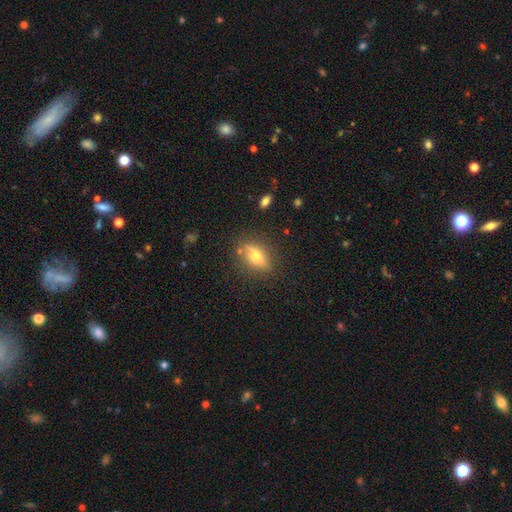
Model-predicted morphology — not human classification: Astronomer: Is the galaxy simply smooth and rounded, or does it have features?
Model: smooth — 52% (runner-up: featured or disk, 37%).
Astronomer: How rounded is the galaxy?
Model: in between — 70%.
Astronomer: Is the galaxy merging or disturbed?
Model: none — 80%.